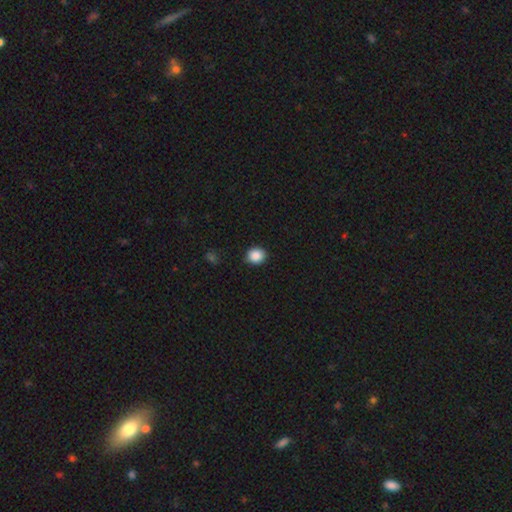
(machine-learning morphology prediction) A smooth galaxy with no disk features (88%) that is round (75%). Merging: none (86%).